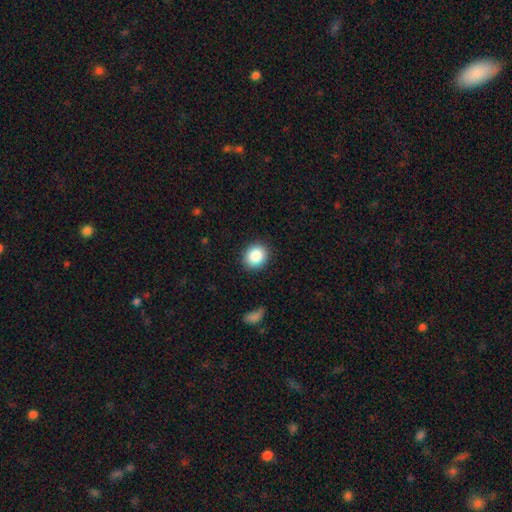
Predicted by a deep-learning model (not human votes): Smooth or featured? smooth (86%)
How rounded? round (75%)
Merging? none (89%)